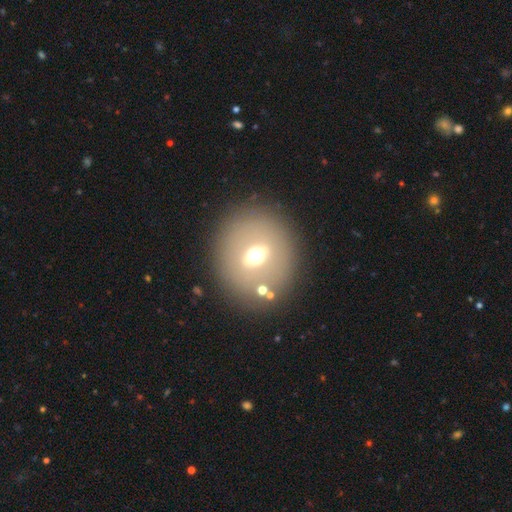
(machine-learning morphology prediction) Smooth or featured? Predicted: smooth (p=0.45). Merging? Predicted: none (p=0.81).